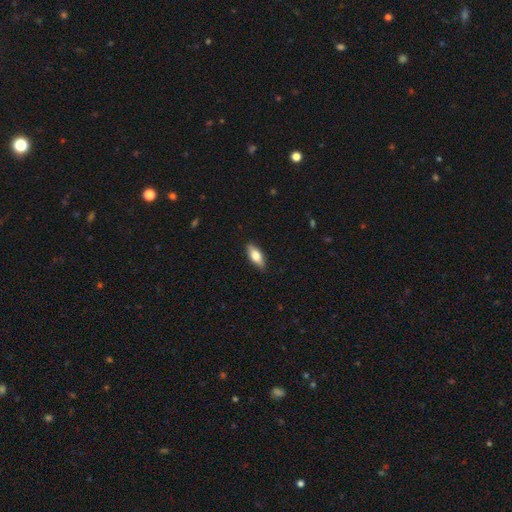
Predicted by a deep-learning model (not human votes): A smooth galaxy with no disk features (71%) that is in between round and cigar-shaped (78%). Merging: none (87%).